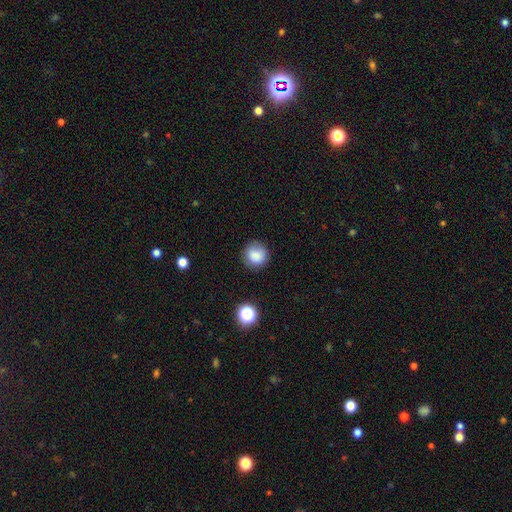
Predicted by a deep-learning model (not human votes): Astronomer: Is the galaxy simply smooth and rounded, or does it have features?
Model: smooth — 83%.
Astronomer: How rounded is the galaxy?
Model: round — 88%.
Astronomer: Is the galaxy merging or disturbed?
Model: none — 81%.